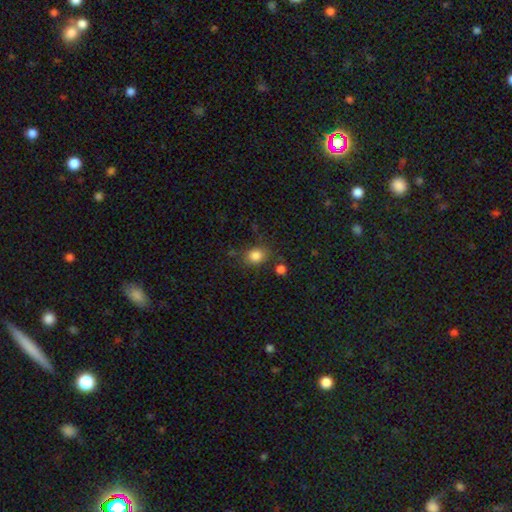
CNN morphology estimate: Smooth or featured? smooth (83%)
How rounded? round (53%)
Merging? none (76%)